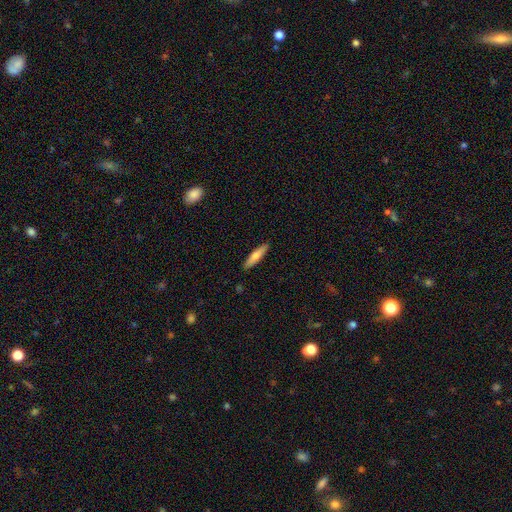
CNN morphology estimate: Overall: smooth (69%). How rounded: cigar-shaped (83%). Merging: none (90%).